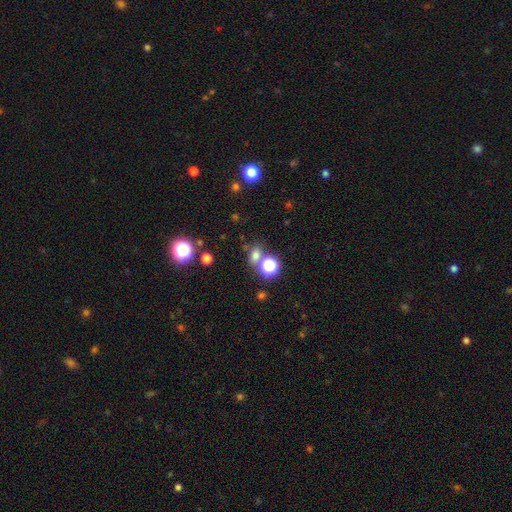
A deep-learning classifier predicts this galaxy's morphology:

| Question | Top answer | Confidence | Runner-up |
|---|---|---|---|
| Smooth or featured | smooth | 65% | star or artifact (28%) |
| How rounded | round | 57% | in between (41%) |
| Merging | none | 64% | merger (19%) |